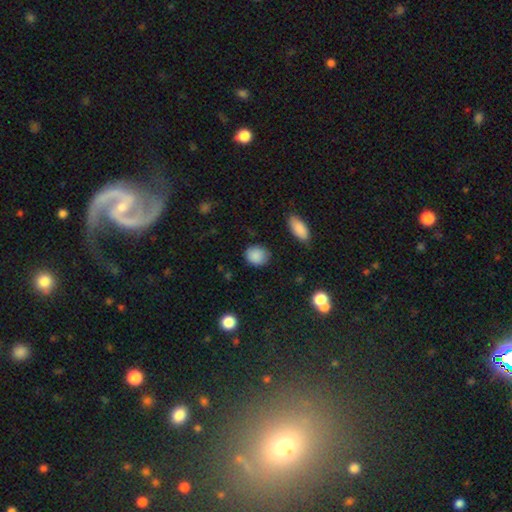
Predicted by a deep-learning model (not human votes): This appears to be a smooth galaxy with no disk features (88%) that is round (67%). Merging: none (83%).